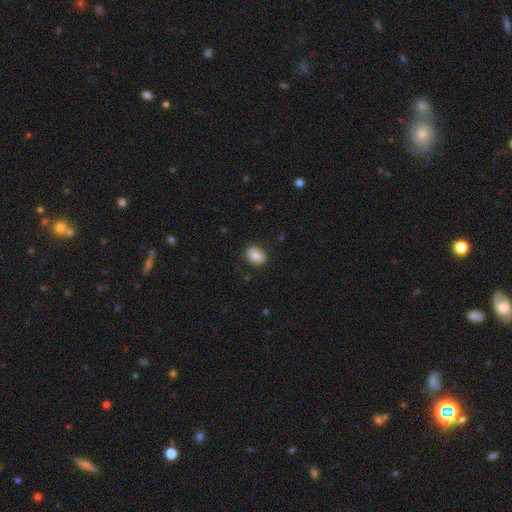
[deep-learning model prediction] Smooth or featured? smooth (81%)
How rounded? in between (62%)
Merging? none (86%)